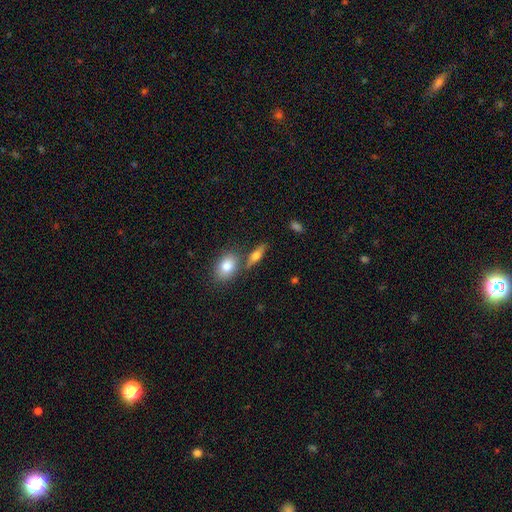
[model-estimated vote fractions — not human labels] Overall: smooth (59%; featured or disk 32%). How rounded: in between (58%; cigar-shaped 34%). Merging: none (68%).